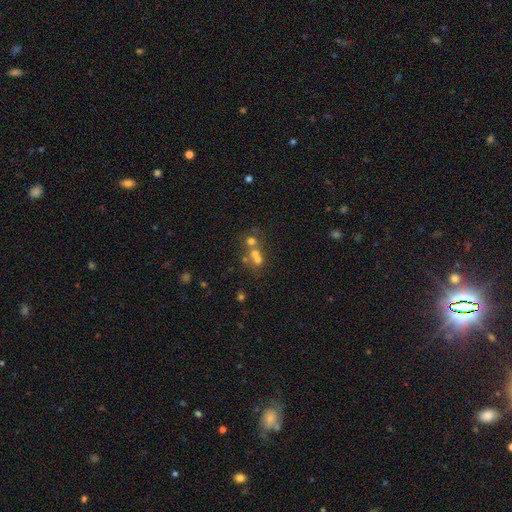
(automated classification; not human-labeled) Overall: smooth (46%; star or artifact 27%). Merging: merger (52%; none 36%).